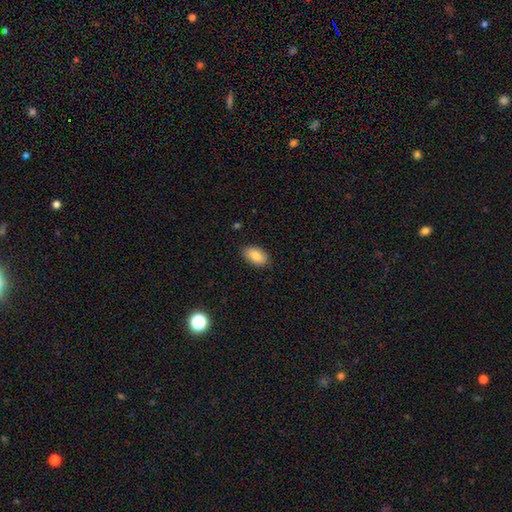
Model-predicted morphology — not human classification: The model was most divided on "merging": none: 86%, minor disturbance: 11%, major disturbance: 2%, merger: 1%. More confident: how rounded — in between (93%); smooth or featured — smooth (85%).